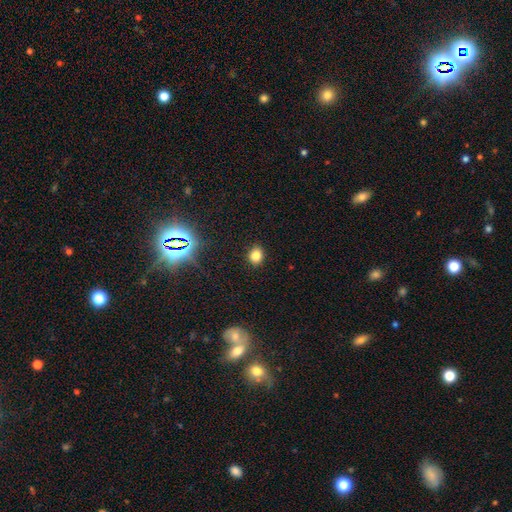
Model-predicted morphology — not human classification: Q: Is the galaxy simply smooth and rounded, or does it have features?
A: smooth — 80%.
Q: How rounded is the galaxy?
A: in between — 50%.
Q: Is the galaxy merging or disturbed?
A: none — 89%.